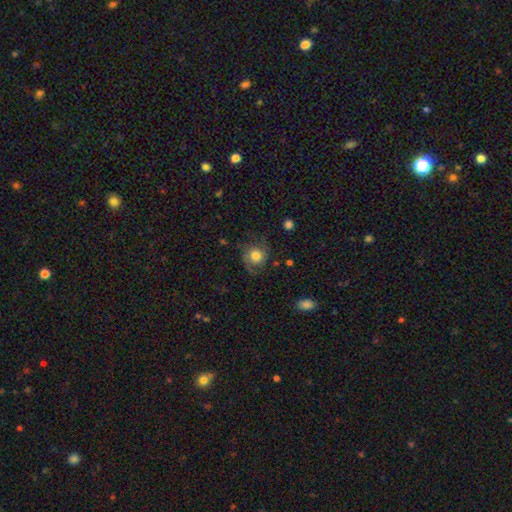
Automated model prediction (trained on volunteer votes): Morphology: type=smooth (51%); roundness=round (82%); merging=none (67%).